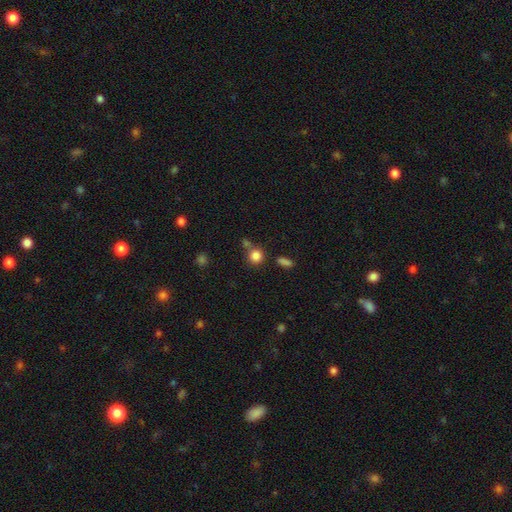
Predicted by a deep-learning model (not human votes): smooth_or_featured: smooth (p=0.83) [alt: star or artifact p=0.11]
how_rounded: round (p=0.87) [alt: in between p=0.12]
merging: none (p=0.67) [alt: merger p=0.19]